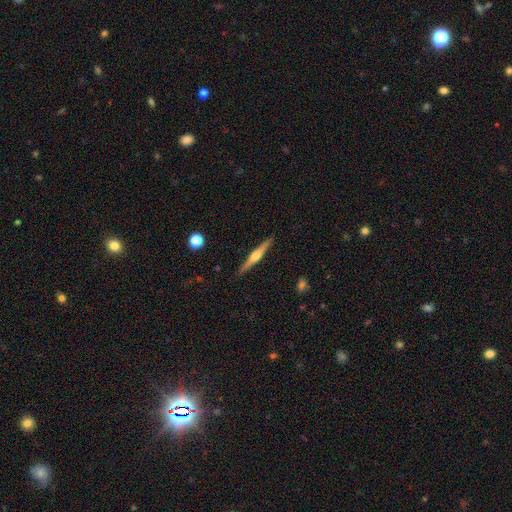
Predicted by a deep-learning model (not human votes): A featured or disk galaxy (75%) viewed edge-on (98%) with a rounded central bulge (87%).

Vote fractions:
- Smooth or featured? featured or disk: 75% / smooth: 20% / star or artifact: 6%
- Edge-on disk? yes: 98% / no: 2%
- Edge-on bulge? rounded: 87% / boxy: 9% / none: 4%
- Merging? none: 91% / minor disturbance: 6% / major disturbance: 1% / merger: 1%